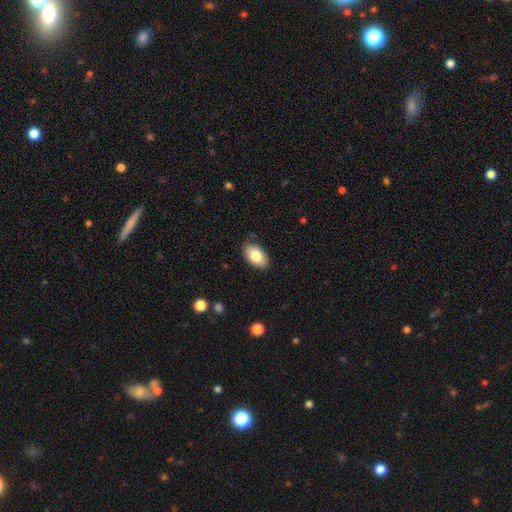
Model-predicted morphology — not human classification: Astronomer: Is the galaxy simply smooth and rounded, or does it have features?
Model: smooth — 78%.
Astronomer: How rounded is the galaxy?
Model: in between — 93%.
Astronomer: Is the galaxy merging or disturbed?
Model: none — 84%.